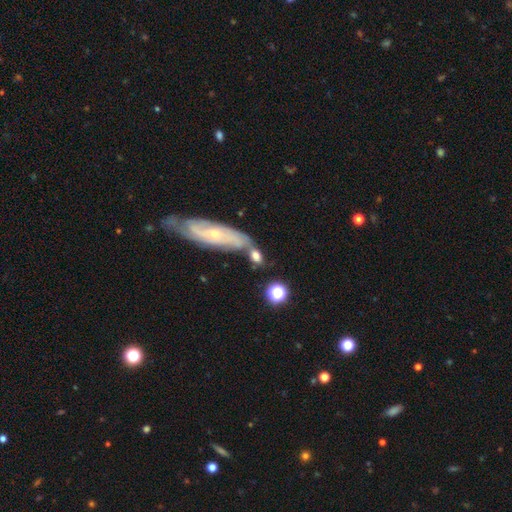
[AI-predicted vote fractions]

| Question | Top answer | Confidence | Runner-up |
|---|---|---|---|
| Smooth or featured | smooth | 61% | featured or disk (28%) |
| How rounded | in between | 66% | round (20%) |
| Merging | none | 44% | merger (36%) |